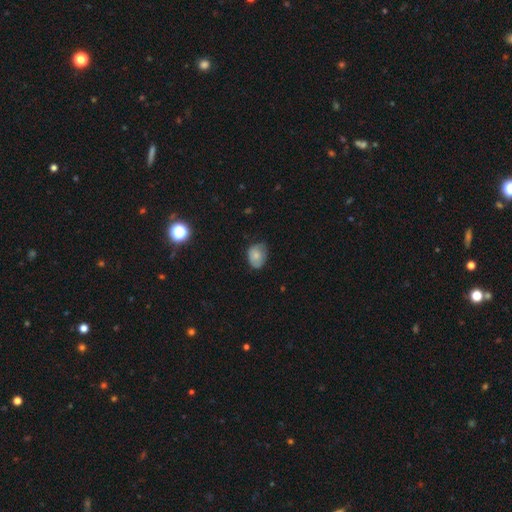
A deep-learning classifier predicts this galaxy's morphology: A smooth galaxy with no disk features (74%) that is in between round and cigar-shaped (60%).

Vote fractions:
- Smooth or featured? smooth: 74% / featured or disk: 17% / star or artifact: 9%
- How rounded? in between: 60% / round: 39% / cigar-shaped: 1%
- Merging? none: 56% / minor disturbance: 34% / major disturbance: 8% / merger: 1%